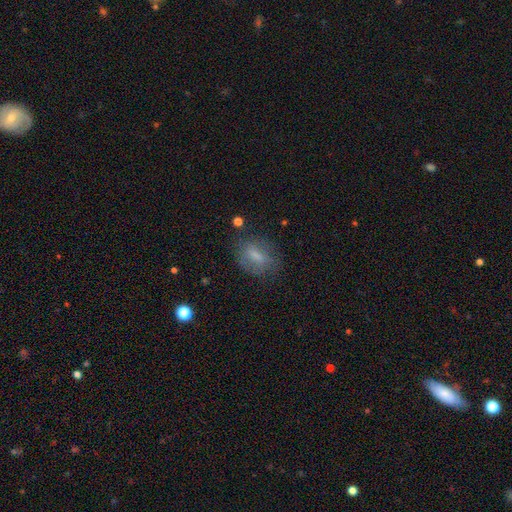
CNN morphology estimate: Smooth or featured: smooth — 64% (featured or disk — 25%)
How rounded: in between — 66% (round — 23%)
Merging: none — 69% (minor disturbance — 19%)